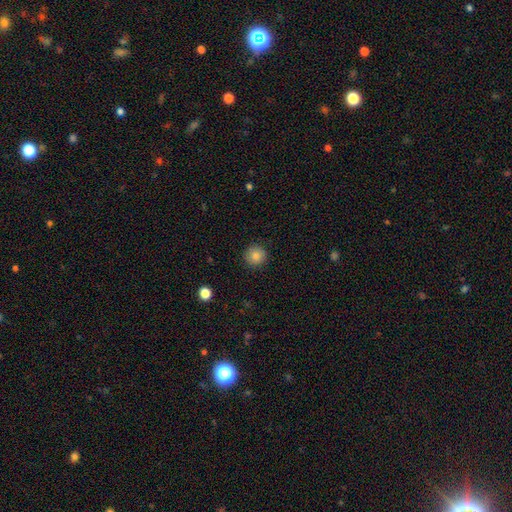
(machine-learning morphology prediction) Overall: smooth (84%). How rounded: round (94%). Merging: none (90%).